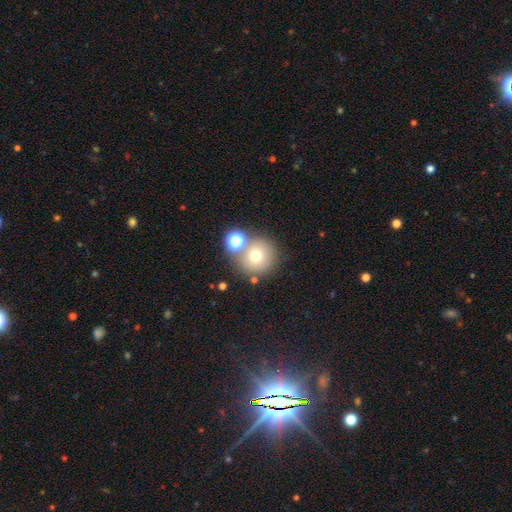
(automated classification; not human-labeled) Smooth or featured: smooth — 69% (star or artifact — 16%)
How rounded: round — 93% (in between — 6%)
Merging: none — 69% (merger — 18%)